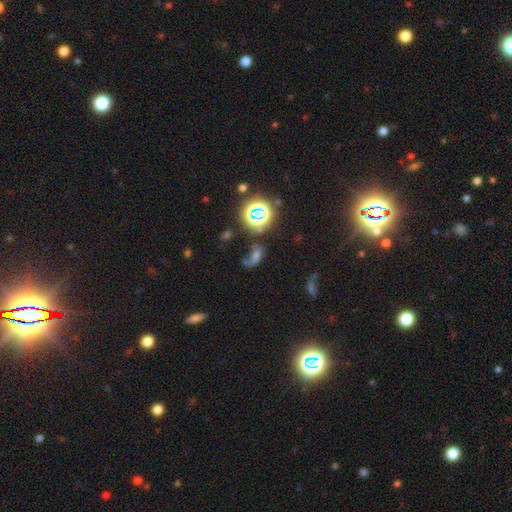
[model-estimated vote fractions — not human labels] A star or artifact, not a galaxy (38%).

Vote fractions:
- Smooth or featured? star or artifact: 38% / smooth: 34% / featured or disk: 28%